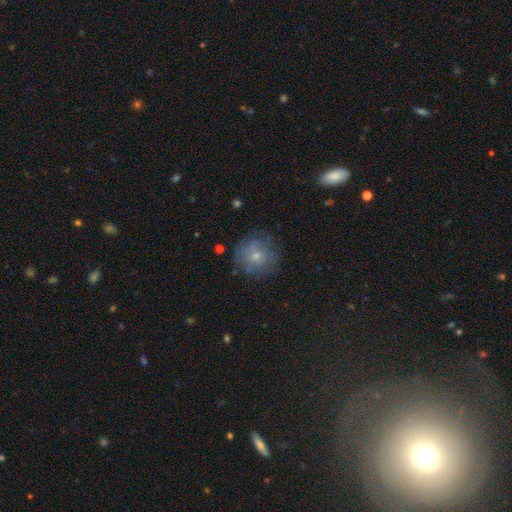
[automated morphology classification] Q: Smooth or featured?
A: smooth (61%); runner-up: featured or disk (29%)
Q: How rounded?
A: round (91%); runner-up: in between (8%)
Q: Merging?
A: none (72%); runner-up: minor disturbance (18%)